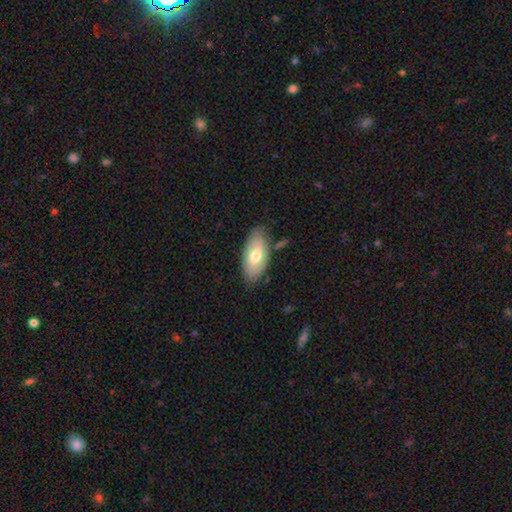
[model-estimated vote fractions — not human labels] smooth_or_featured: smooth (p=0.66) [alt: featured or disk p=0.28]
how_rounded: in between (p=0.91) [alt: cigar-shaped p=0.06]
merging: none (p=0.76) [alt: minor disturbance p=0.16]